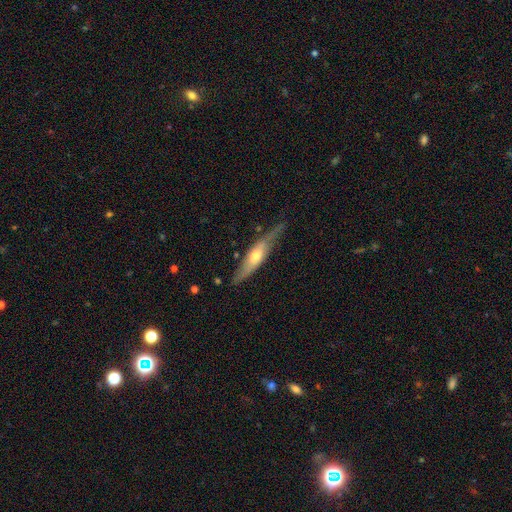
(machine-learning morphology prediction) smooth_or_featured: featured or disk (p=0.59) [alt: smooth p=0.35]
disk_edge_on: yes (p=0.77) [alt: no p=0.23]
merging: none (p=0.67) [alt: minor disturbance p=0.24]